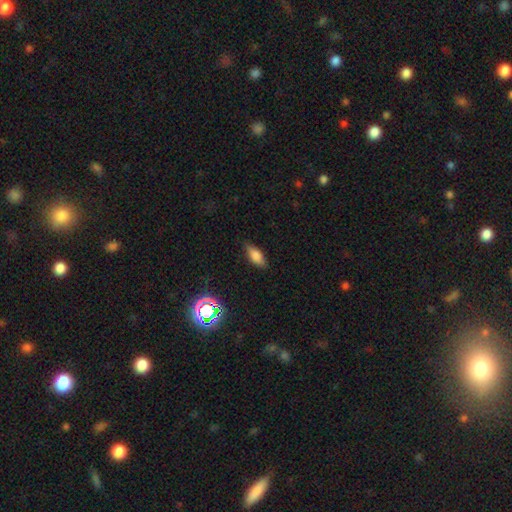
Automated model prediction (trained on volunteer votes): smooth-or-featured: smooth: 73% | featured or disk: 15% | star or artifact: 11%
  how-rounded: in between: 80% | cigar-shaped: 17% | round: 3%
  merging: none: 79% | minor disturbance: 17% | major disturbance: 3% | merger: 1%